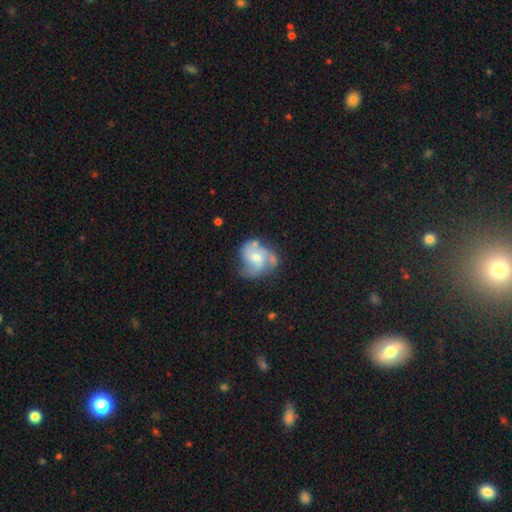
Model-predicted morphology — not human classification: Q: Smooth or featured?
A: featured or disk (75%); runner-up: smooth (18%)
Q: Edge-on disk?
A: no (98%); runner-up: yes (2%)
Q: Bar?
A: no (74%); runner-up: weak (22%)
Q: Spiral arms?
A: yes (91%); runner-up: no (9%)
Q: Spiral winding?
A: medium (47%); runner-up: tight (33%)
Q: Spiral arm count?
A: 3 (53%); runner-up: 2 (18%)
Q: Bulge size?
A: moderate (48%); runner-up: small (47%)
Q: Merging?
A: none (56%); runner-up: minor disturbance (25%)